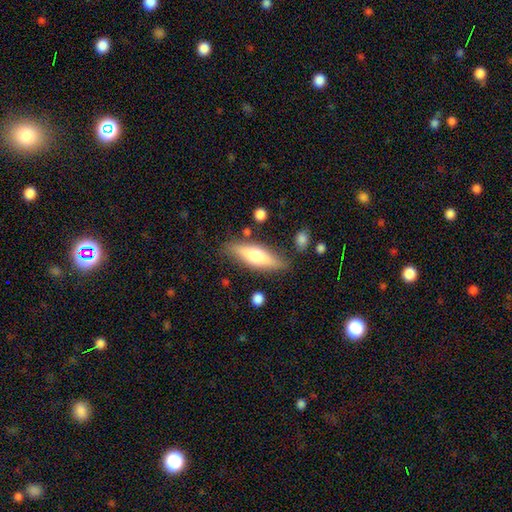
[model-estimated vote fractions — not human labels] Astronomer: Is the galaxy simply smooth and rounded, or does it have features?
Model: smooth — 54% (runner-up: featured or disk, 40%).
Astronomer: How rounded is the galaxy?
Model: cigar-shaped — 57% (runner-up: in between, 41%).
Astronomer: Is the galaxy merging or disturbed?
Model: none — 80%.